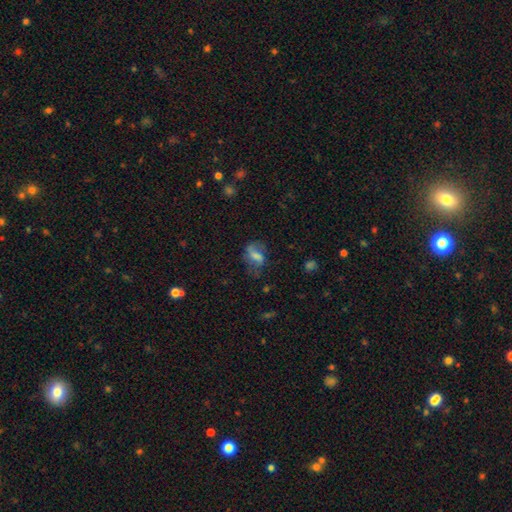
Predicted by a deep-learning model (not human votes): A smooth galaxy with no disk features (51%) that is in between round and cigar-shaped (79%). Merging: none (51%).